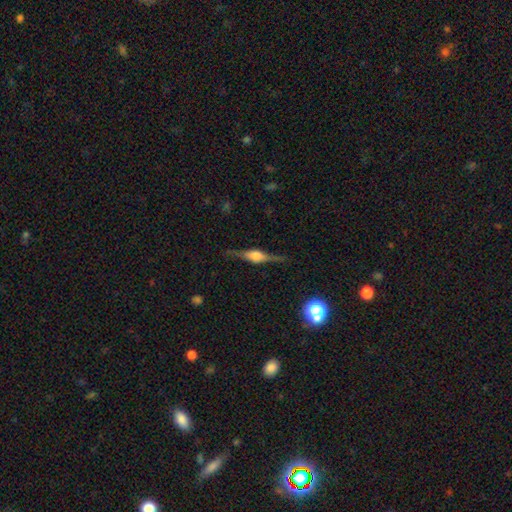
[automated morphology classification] A featured or disk galaxy (81%) viewed edge-on (97%) with a rounded central bulge (83%). Merging: none (86%).